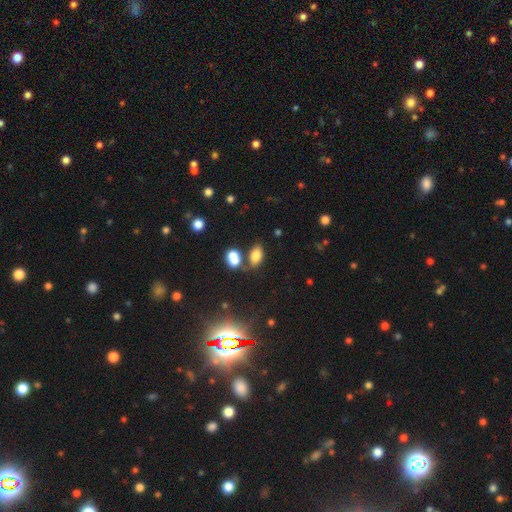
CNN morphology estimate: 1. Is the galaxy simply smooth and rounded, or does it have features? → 79% smooth, 12% star or artifact, 9% featured or disk.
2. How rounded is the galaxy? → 88% in between, 9% round, 3% cigar-shaped.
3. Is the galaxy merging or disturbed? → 57% none, 26% merger, 12% minor disturbance, 4% major disturbance.